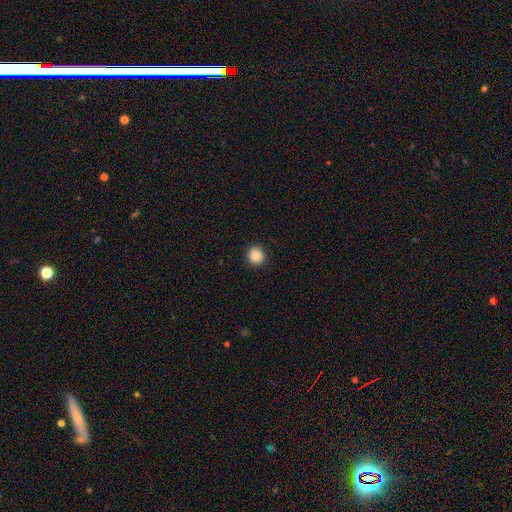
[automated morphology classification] A smooth galaxy with no disk features (88%) that is round (90%). Merging: none (91%).